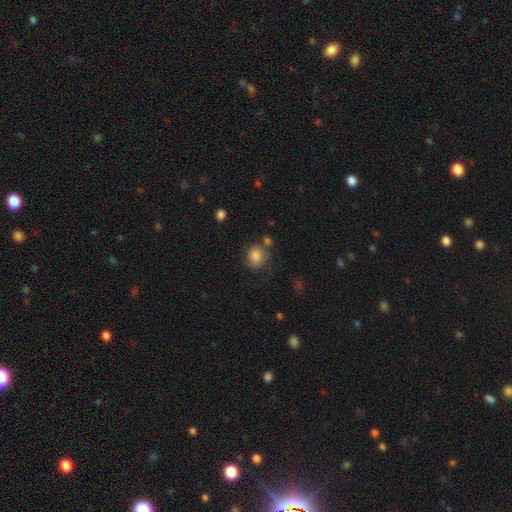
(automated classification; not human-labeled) Smooth or featured? Predicted: smooth (p=0.83). How rounded? Predicted: round (p=0.68). Merging? Predicted: none (p=0.66).